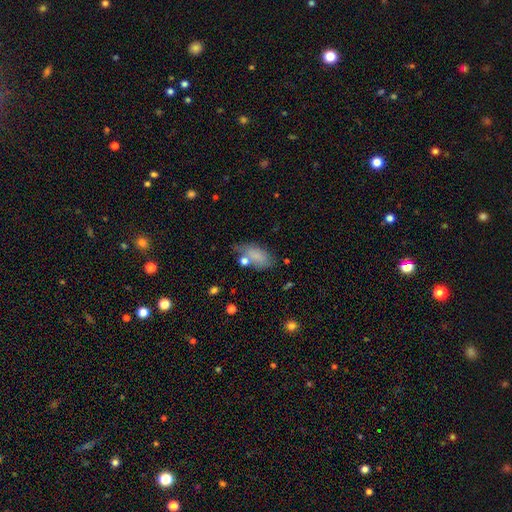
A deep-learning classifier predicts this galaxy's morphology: The model was most divided on "merging": none: 50%, minor disturbance: 26%, merger: 12%, major disturbance: 12%. More confident: how rounded — in between (89%); smooth or featured — smooth (76%).